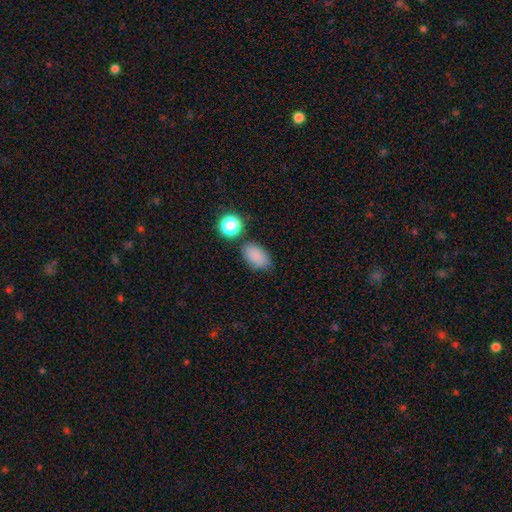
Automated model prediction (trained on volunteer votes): A smooth galaxy with no disk features (84%) that is in between round and cigar-shaped (89%). Merging: none (74%).